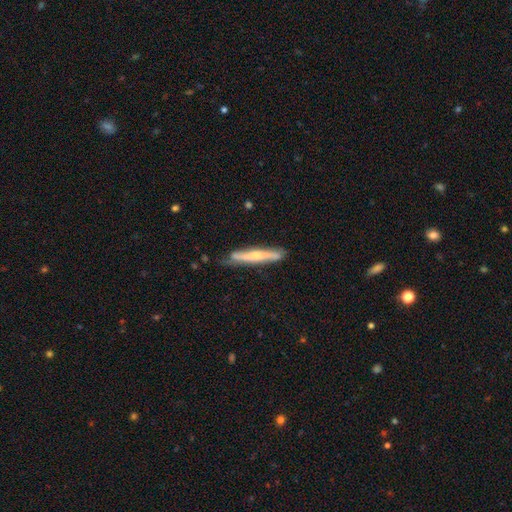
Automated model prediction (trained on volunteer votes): Morphology: type=featured or disk (55%); edge-on=yes (87%); merging=none (74%).